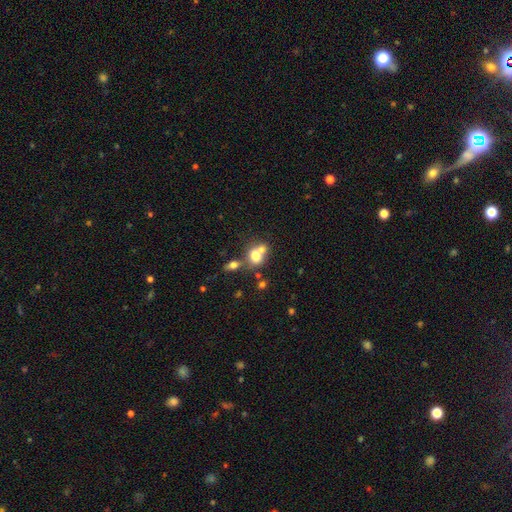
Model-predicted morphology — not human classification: The model was most divided on "how rounded": round: 56%, in between: 43%, cigar-shaped: 1%. More confident: smooth or featured — smooth (70%); merging — merger (57%).